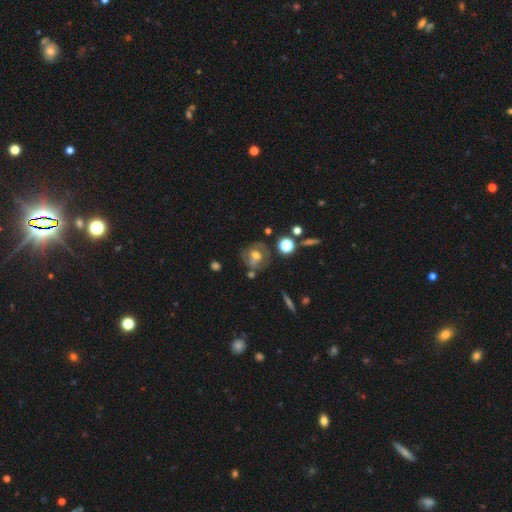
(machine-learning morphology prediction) A featured or disk galaxy (46%).

Vote fractions:
- Smooth or featured? featured or disk: 46% / smooth: 44% / star or artifact: 11%
- Merging? none: 62% / minor disturbance: 20% / major disturbance: 10% / merger: 8%